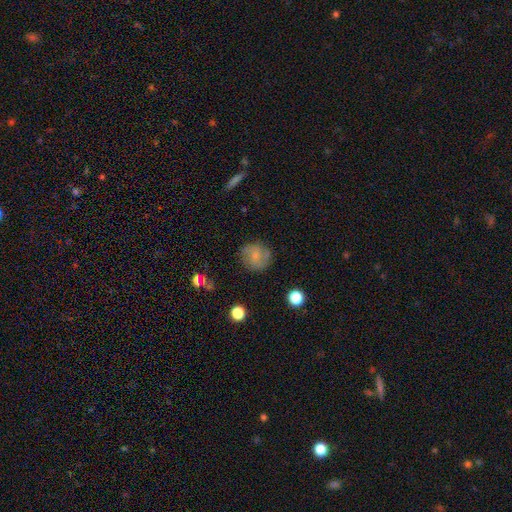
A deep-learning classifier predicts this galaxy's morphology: smooth_or_featured: smooth (p=0.65) [alt: featured or disk p=0.25]
how_rounded: round (p=0.87) [alt: in between p=0.12]
merging: none (p=0.77) [alt: minor disturbance p=0.16]